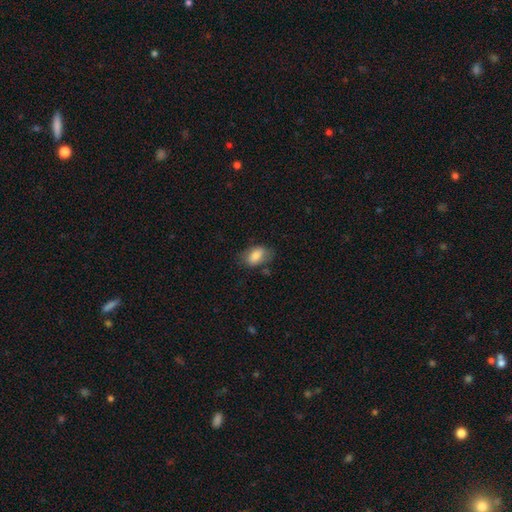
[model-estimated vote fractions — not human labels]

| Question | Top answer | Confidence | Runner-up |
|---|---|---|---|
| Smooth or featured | smooth | 78% | featured or disk (14%) |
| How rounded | in between | 89% | round (9%) |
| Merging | none | 63% | minor disturbance (25%) |